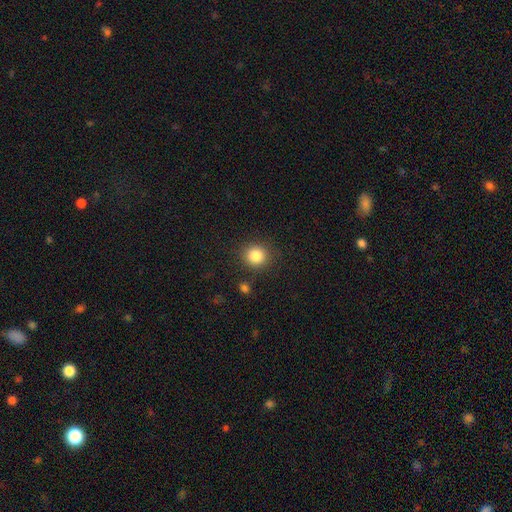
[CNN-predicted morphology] Smooth or featured?
  - smooth: 84% *
  - star or artifact: 11%
  - featured or disk: 5%
How rounded?
  - round: 90% *
  - in between: 9%
  - cigar-shaped: 1%
Merging?
  - none: 87% *
  - minor disturbance: 7%
  - merger: 3%
  - major disturbance: 3%